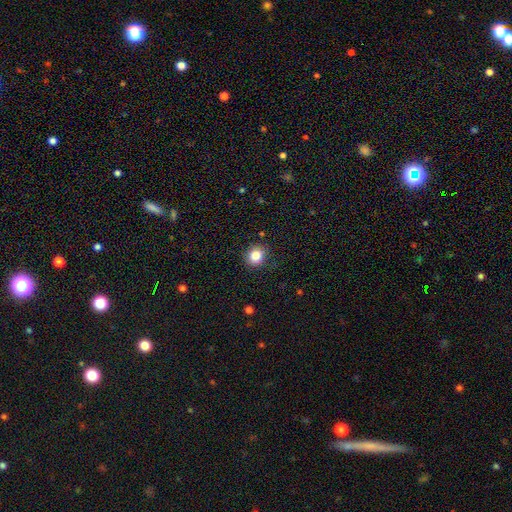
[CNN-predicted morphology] Smooth or featured?
  - smooth: 84% *
  - star or artifact: 10%
  - featured or disk: 6%
How rounded?
  - round: 79% *
  - in between: 20%
  - cigar-shaped: 1%
Merging?
  - none: 88% *
  - minor disturbance: 9%
  - major disturbance: 2%
  - merger: 1%